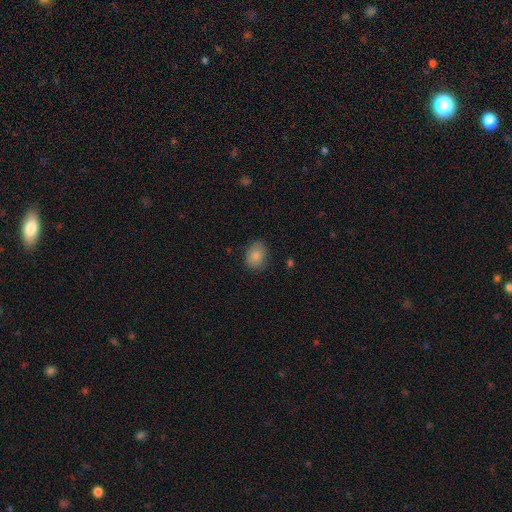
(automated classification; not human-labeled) smooth_or_featured: smooth (p=0.85) [alt: star or artifact p=0.08]
how_rounded: in between (p=0.50) [alt: round p=0.49]
merging: none (p=0.81) [alt: minor disturbance p=0.14]